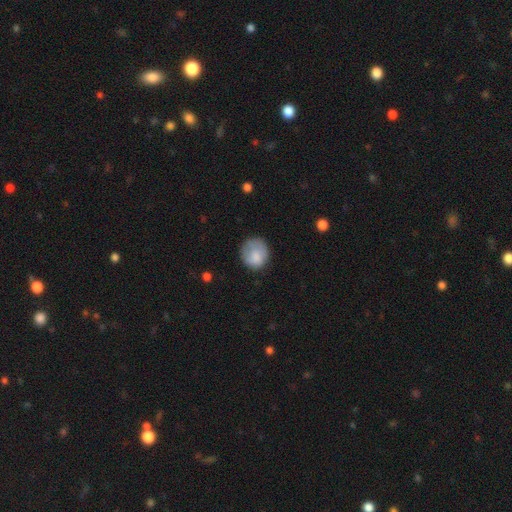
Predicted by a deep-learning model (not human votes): Smooth or featured? smooth (80%)
How rounded? round (77%)
Merging? none (64%)